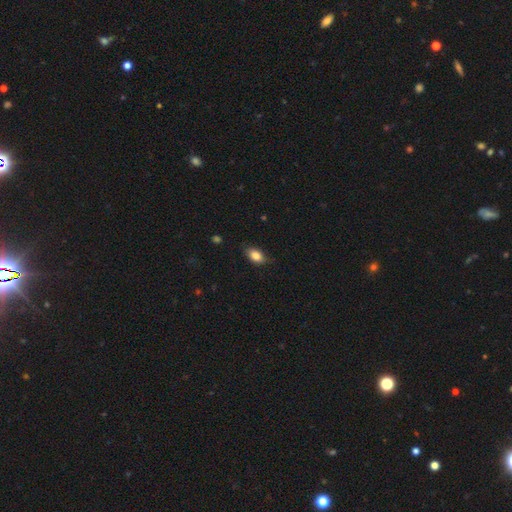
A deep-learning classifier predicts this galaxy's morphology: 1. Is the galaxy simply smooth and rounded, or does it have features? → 84% smooth, 8% star or artifact, 8% featured or disk.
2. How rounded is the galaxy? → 86% in between, 11% round, 3% cigar-shaped.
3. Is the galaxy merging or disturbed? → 78% none, 18% minor disturbance, 3% major disturbance, 1% merger.